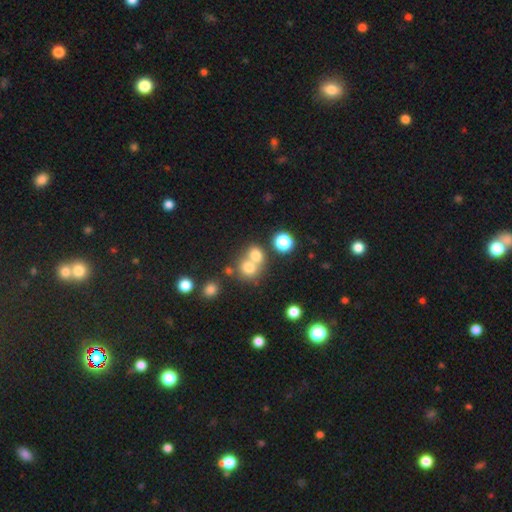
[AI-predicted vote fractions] Q: Smooth or featured?
A: smooth (73%); runner-up: star or artifact (15%)
Q: How rounded?
A: round (75%); runner-up: in between (24%)
Q: Merging?
A: merger (51%); runner-up: none (39%)